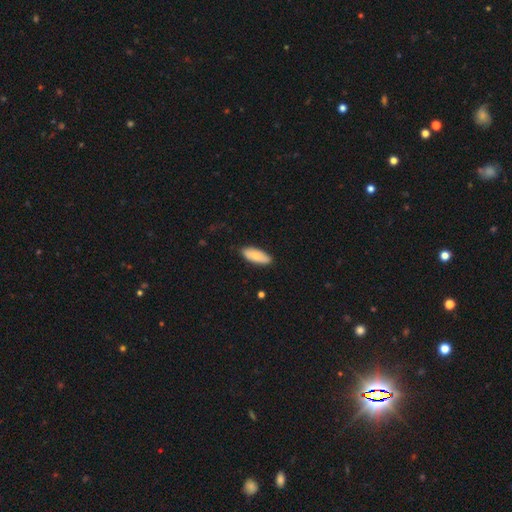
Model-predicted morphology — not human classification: Smooth or featured?
  - smooth: 82% *
  - featured or disk: 13%
  - star or artifact: 6%
How rounded?
  - in between: 79% *
  - cigar-shaped: 19%
  - round: 2%
Merging?
  - none: 87% *
  - minor disturbance: 11%
  - major disturbance: 2%
  - merger: 1%